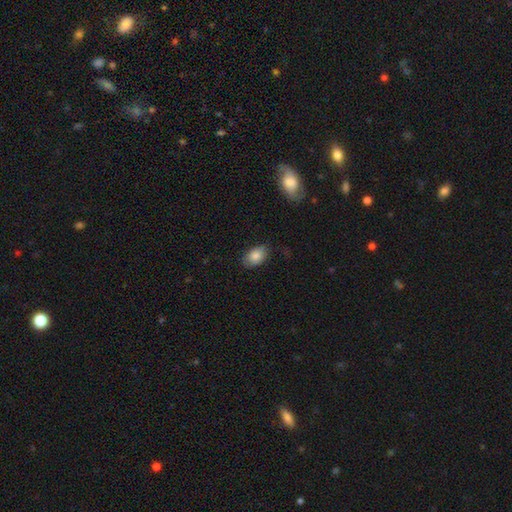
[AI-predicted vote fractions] Overall: smooth (83%). How rounded: in between (88%). Merging: none (73%).